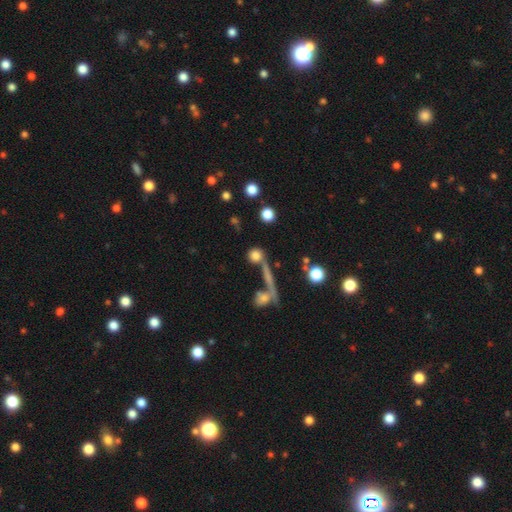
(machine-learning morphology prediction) Q: Smooth or featured?
A: smooth (75%); runner-up: featured or disk (13%)
Q: How rounded?
A: round (83%); runner-up: in between (10%)
Q: Merging?
A: none (63%); runner-up: merger (20%)